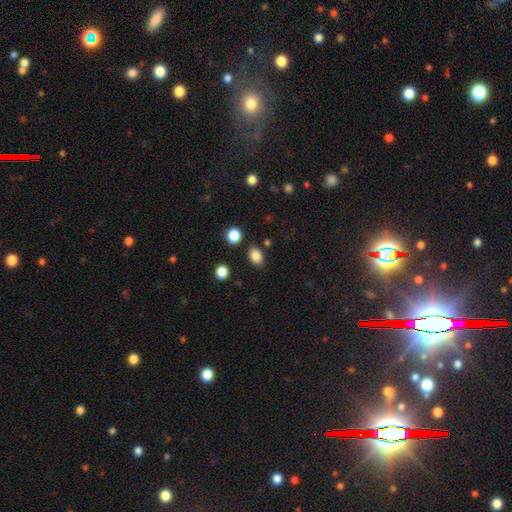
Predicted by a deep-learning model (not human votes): Smooth or featured?
  - smooth: 85% *
  - star or artifact: 10%
  - featured or disk: 5%
How rounded?
  - in between: 77% *
  - round: 21%
  - cigar-shaped: 1%
Merging?
  - none: 83% *
  - minor disturbance: 10%
  - merger: 4%
  - major disturbance: 3%